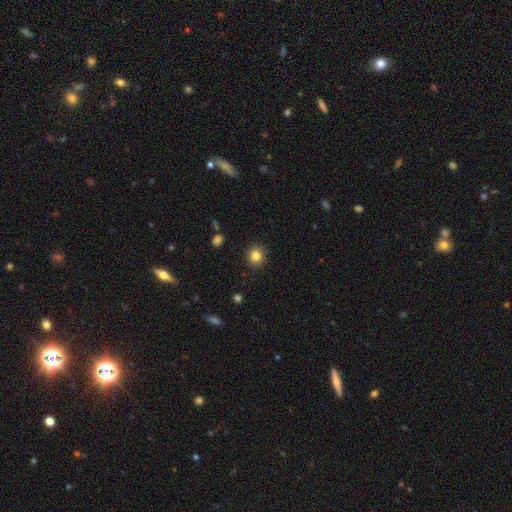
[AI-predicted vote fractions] The model was most divided on "smooth or featured": smooth: 83%, star or artifact: 11%, featured or disk: 6%. More confident: merging — none (91%); how rounded — round (88%).